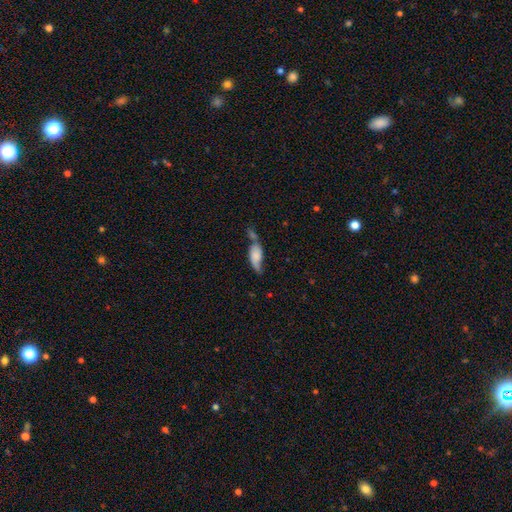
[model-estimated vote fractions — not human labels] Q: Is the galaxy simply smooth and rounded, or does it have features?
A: smooth — 67%.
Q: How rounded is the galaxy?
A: in between — 76%.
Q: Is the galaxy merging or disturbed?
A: merger — 32%.